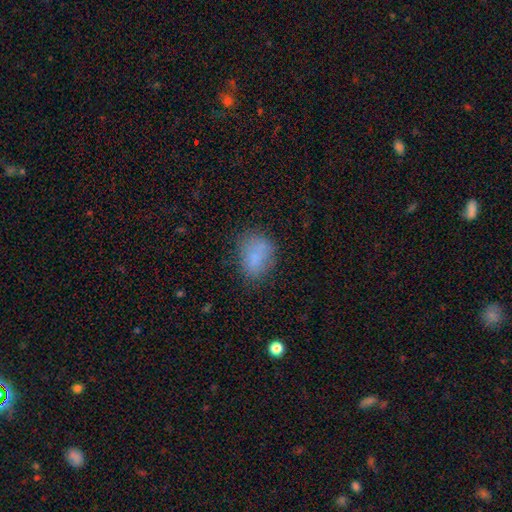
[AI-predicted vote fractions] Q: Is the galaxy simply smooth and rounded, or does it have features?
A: smooth — 76%.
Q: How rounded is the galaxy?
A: in between — 67%.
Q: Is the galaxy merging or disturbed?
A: none — 62%.